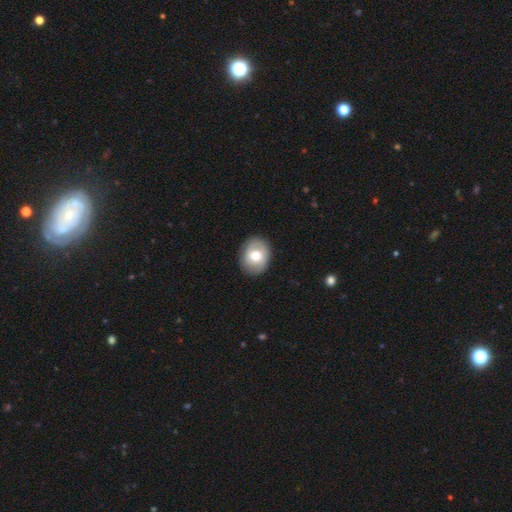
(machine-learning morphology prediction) The model was most divided on "how rounded": round: 54%, in between: 45%, cigar-shaped: 1%. More confident: merging — none (86%); smooth or featured — smooth (65%).